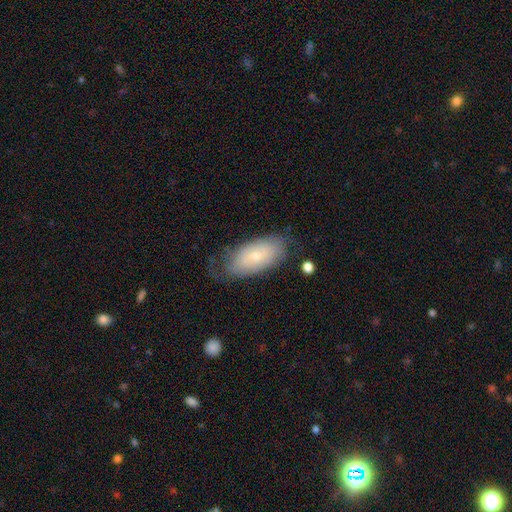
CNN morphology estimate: smooth 62%, featured or disk 31%, star or artifact 7%. Down the decision tree: how rounded — in between (91%); merging — none (61%).